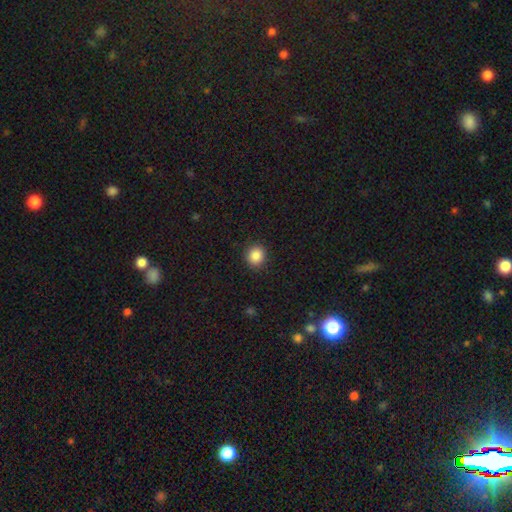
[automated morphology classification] The model was most divided on "how rounded": round: 84%, in between: 15%, cigar-shaped: 1%. More confident: merging — none (91%); smooth or featured — smooth (87%).